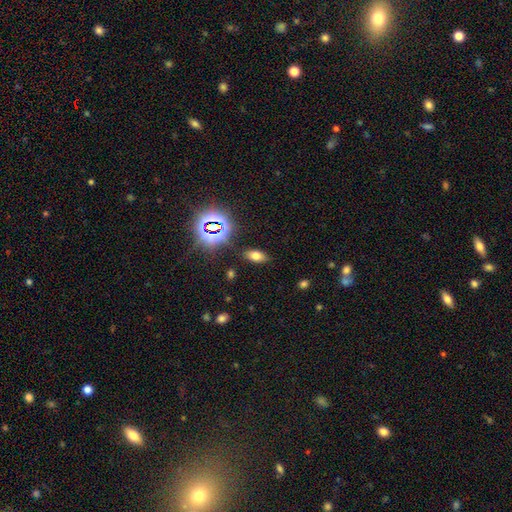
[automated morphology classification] The model was most divided on "smooth or featured": smooth: 65%, star or artifact: 23%, featured or disk: 12%. More confident: how rounded — in between (86%); merging — none (86%).